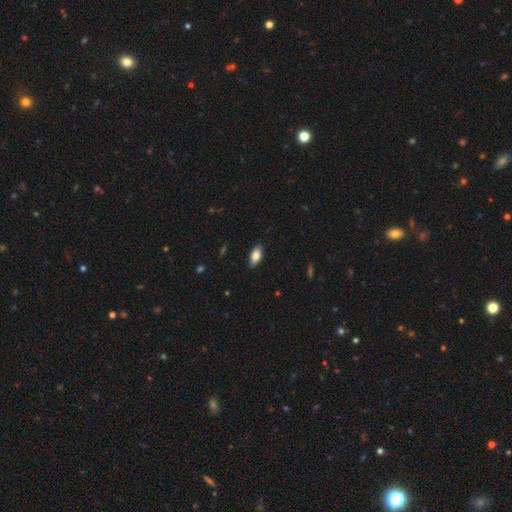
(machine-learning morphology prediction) This is likely a smooth galaxy (80%). How rounded: clearly in between (89%). Merging: clearly none (86%).